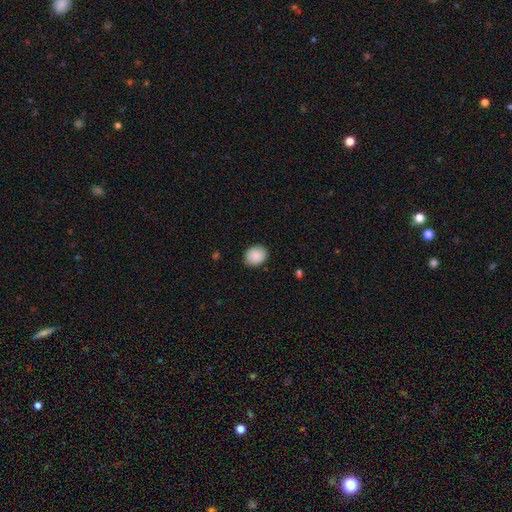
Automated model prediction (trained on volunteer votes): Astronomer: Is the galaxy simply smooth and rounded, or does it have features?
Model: smooth — 90%.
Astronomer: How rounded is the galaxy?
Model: round — 57% (runner-up: in between, 42%).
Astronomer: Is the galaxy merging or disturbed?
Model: none — 87%.